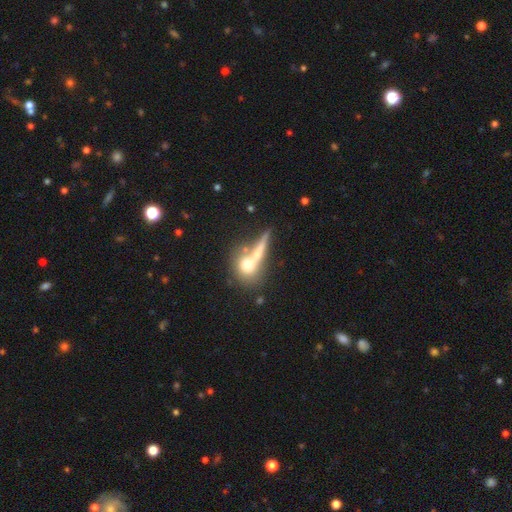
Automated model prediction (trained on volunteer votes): Smooth or featured? smooth (60%)
How rounded? round (56%)
Merging? merger (54%)